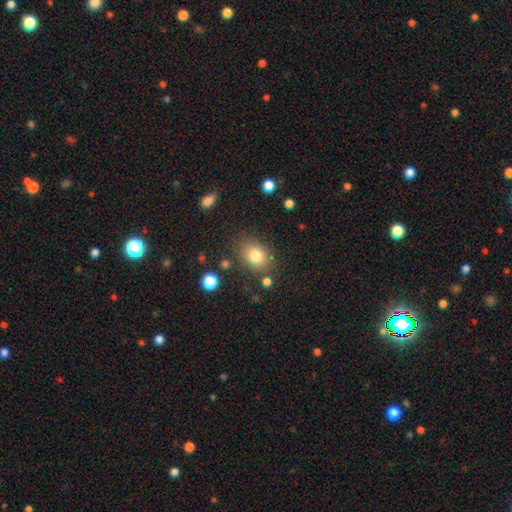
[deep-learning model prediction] smooth_or_featured: smooth (p=0.81) [alt: star or artifact p=0.10]
how_rounded: in between (p=0.58) [alt: round p=0.41]
merging: none (p=0.79) [alt: minor disturbance p=0.12]